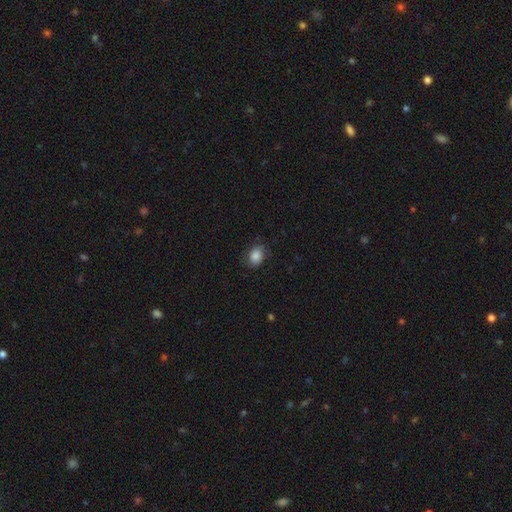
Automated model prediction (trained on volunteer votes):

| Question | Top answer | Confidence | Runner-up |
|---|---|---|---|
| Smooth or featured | smooth | 84% | star or artifact (8%) |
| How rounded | in between | 65% | round (34%) |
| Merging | none | 75% | minor disturbance (18%) |